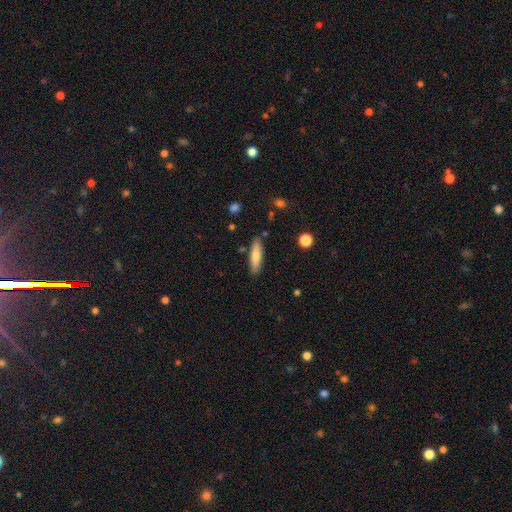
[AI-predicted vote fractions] A smooth galaxy with no disk features (69%) that is cigar-shaped (70%). Merging: none (86%).